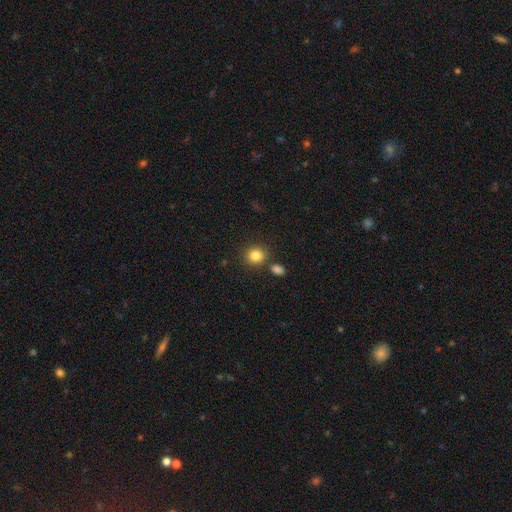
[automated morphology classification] This appears to be a smooth galaxy with no disk features (84%) that is round (85%). Merging: none (80%).